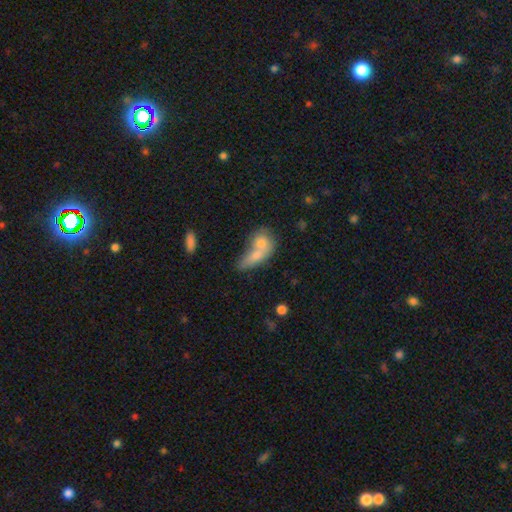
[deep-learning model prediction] The model was most divided on "how rounded": in between: 65%, round: 19%, cigar-shaped: 16%. More confident: smooth or featured — smooth (72%); merging — merger (68%).